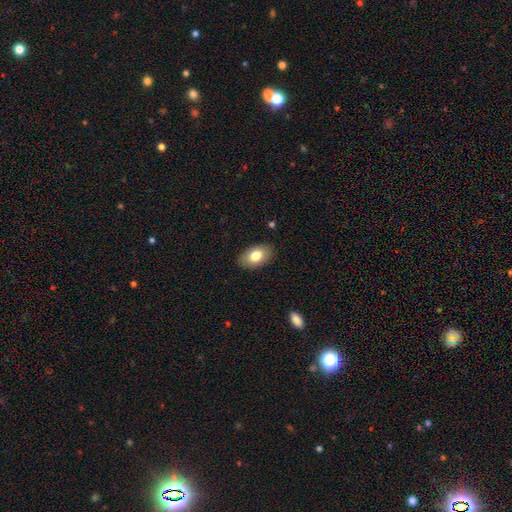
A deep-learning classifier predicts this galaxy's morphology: This is likely a smooth galaxy (79%). How rounded: clearly in between (90%). Merging: clearly none (87%).